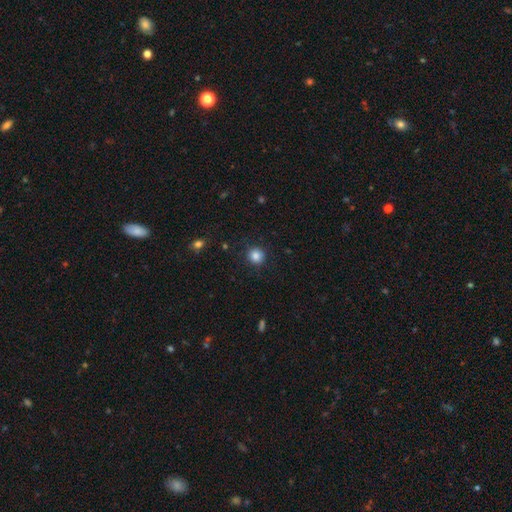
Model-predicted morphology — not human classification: This is clearly a smooth galaxy (84%). How rounded: clearly round (92%). Merging: clearly none (89%).